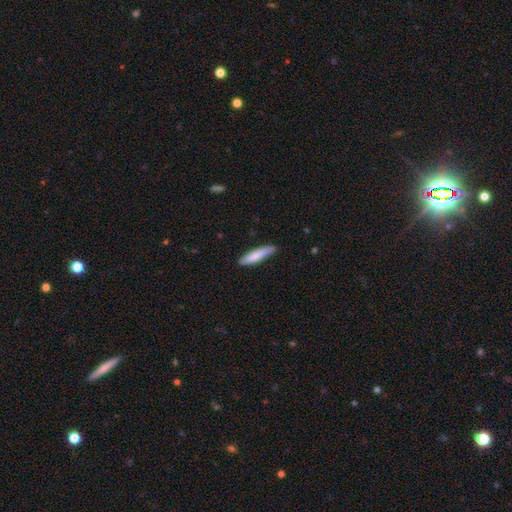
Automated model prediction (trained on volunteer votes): Smooth or featured?
  - smooth: 81% *
  - featured or disk: 14%
  - star or artifact: 5%
How rounded?
  - cigar-shaped: 84% *
  - in between: 15%
  - round: 1%
Merging?
  - none: 83% *
  - minor disturbance: 14%
  - major disturbance: 2%
  - merger: 1%